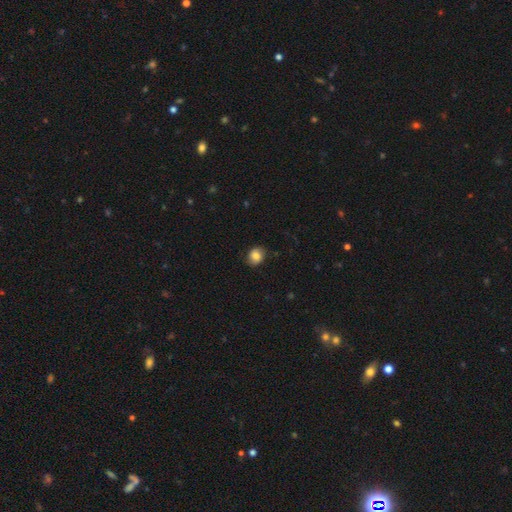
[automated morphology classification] smooth_or_featured: smooth (p=0.81) [alt: featured or disk p=0.11]
how_rounded: round (p=0.61) [alt: in between p=0.38]
merging: none (p=0.80) [alt: minor disturbance p=0.16]